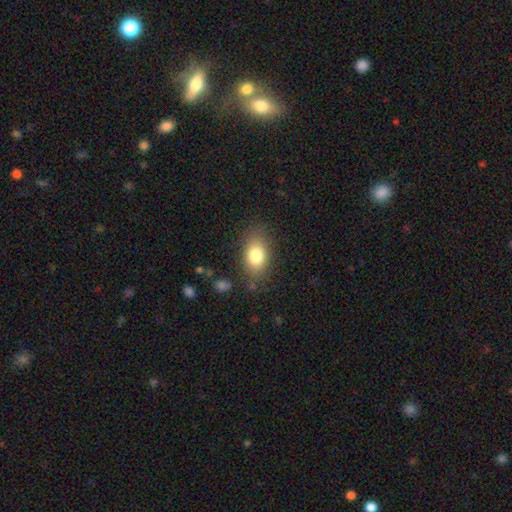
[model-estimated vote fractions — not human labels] smooth 80%, featured or disk 12%, star or artifact 9%. Down the decision tree: how rounded — in between (85%); merging — none (80%).